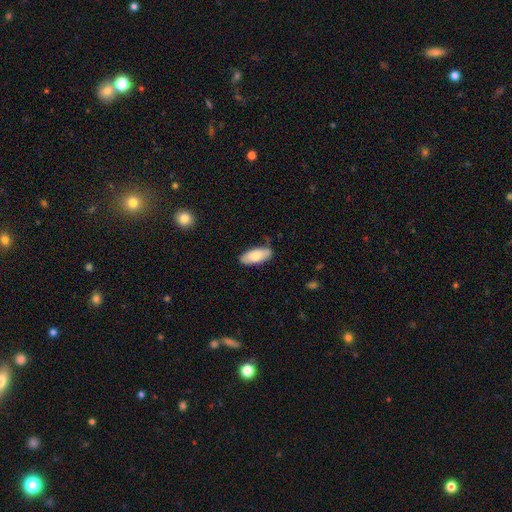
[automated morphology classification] This appears to be a smooth galaxy with no disk features (79%) that is in between round and cigar-shaped (84%). Merging: none (80%).